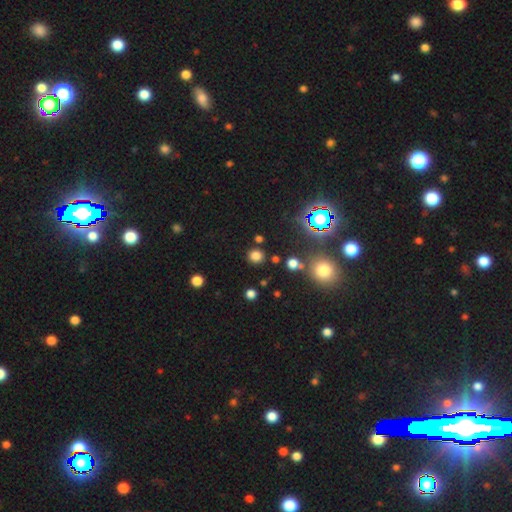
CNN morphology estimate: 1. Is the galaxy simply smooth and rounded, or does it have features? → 73% smooth, 22% star or artifact, 5% featured or disk.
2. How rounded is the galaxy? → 88% round, 11% in between, 1% cigar-shaped.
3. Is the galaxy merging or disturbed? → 85% none, 8% minor disturbance, 4% merger, 3% major disturbance.